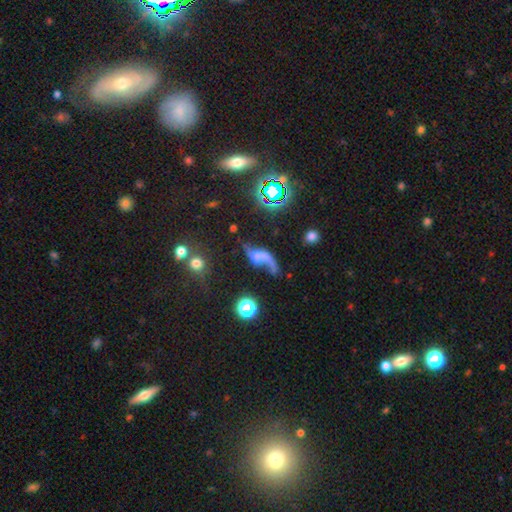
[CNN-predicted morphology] Q: Smooth or featured?
A: featured or disk (69%); runner-up: smooth (17%)
Q: Edge-on disk?
A: no (92%); runner-up: yes (8%)
Q: Bar?
A: no (64%); runner-up: weak (27%)
Q: Spiral arms?
A: yes (87%); runner-up: no (13%)
Q: Spiral winding?
A: loose (93%); runner-up: medium (5%)
Q: Spiral arm count?
A: 2 (63%); runner-up: 1 (32%)
Q: Bulge size?
A: moderate (34%); runner-up: small (30%)
Q: Merging?
A: none (35%); runner-up: major disturbance (32%)